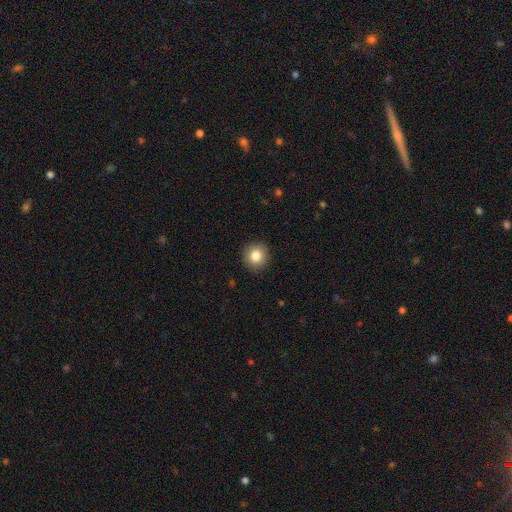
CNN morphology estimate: Smooth or featured: smooth — 83% (star or artifact — 9%)
How rounded: round — 92% (in between — 7%)
Merging: none — 91% (minor disturbance — 6%)